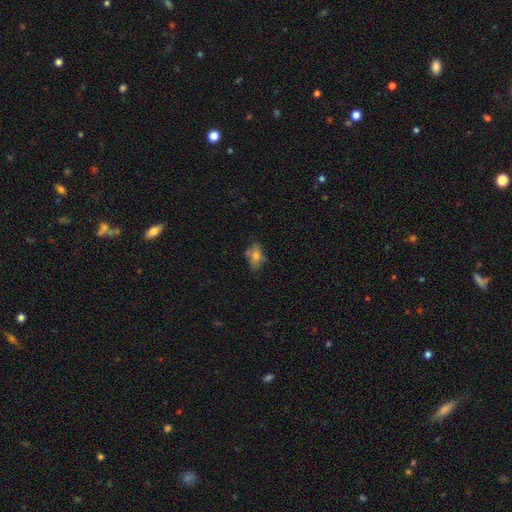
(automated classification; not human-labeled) Morphology: type=smooth (67%); roundness=in between (85%); merging=none (60%).